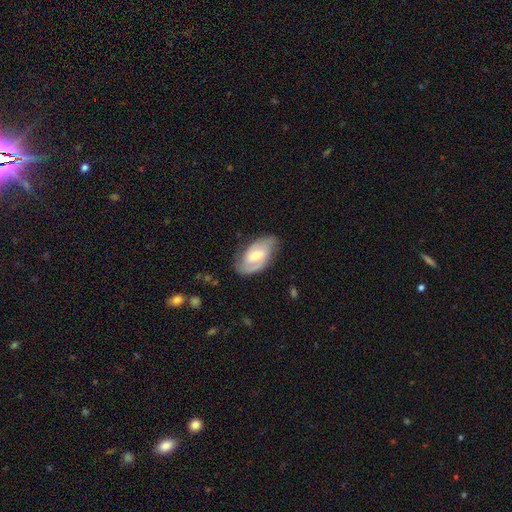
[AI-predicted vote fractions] Smooth or featured? featured or disk (75%)
Edge-on disk? no (95%)
Bar? weak (51%)
Spiral arms? yes (91%)
Spiral winding? medium (46%)
Spiral arm count? 2 (78%)
Bulge size? moderate (55%)
Merging? none (74%)